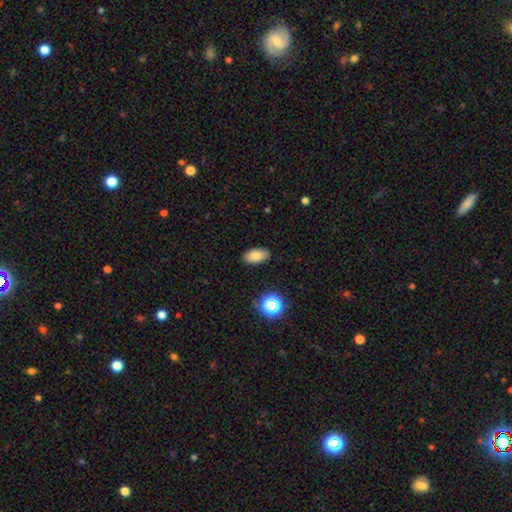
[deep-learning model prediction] The model was most divided on "smooth or featured": smooth: 81%, star or artifact: 11%, featured or disk: 8%. More confident: how rounded — in between (93%); merging — none (88%).